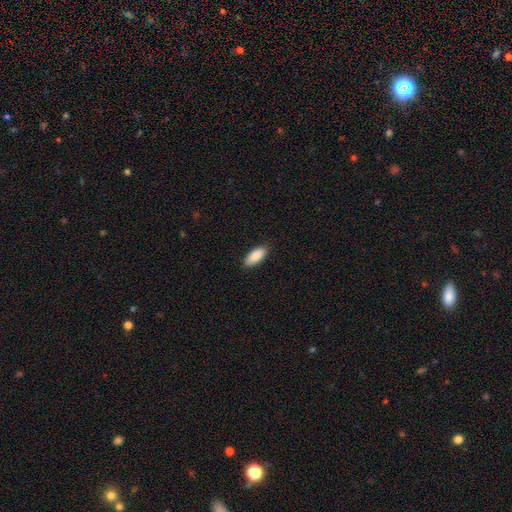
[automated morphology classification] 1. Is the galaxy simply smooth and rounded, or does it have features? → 89% smooth, 6% star or artifact, 6% featured or disk.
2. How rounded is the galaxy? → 84% in between, 14% cigar-shaped, 2% round.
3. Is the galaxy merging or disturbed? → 88% none, 9% minor disturbance, 2% major disturbance, 1% merger.